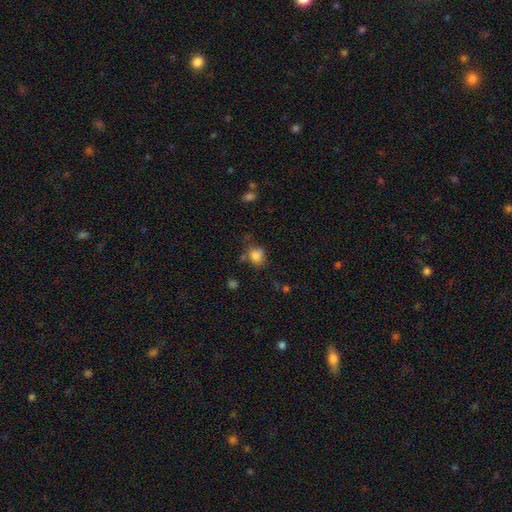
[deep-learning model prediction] Q: Smooth or featured?
A: smooth (82%); runner-up: star or artifact (11%)
Q: How rounded?
A: round (64%); runner-up: in between (35%)
Q: Merging?
A: none (58%); runner-up: minor disturbance (24%)